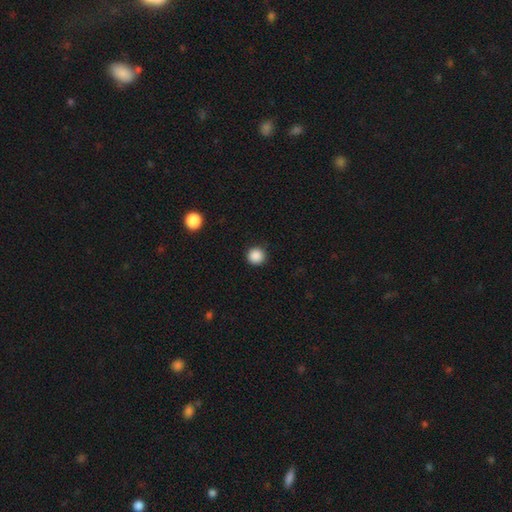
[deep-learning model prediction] Smooth or featured?
  - smooth: 87% *
  - star or artifact: 10%
  - featured or disk: 2%
How rounded?
  - round: 95% *
  - in between: 4%
  - cigar-shaped: 1%
Merging?
  - none: 91% *
  - minor disturbance: 6%
  - major disturbance: 2%
  - merger: 1%